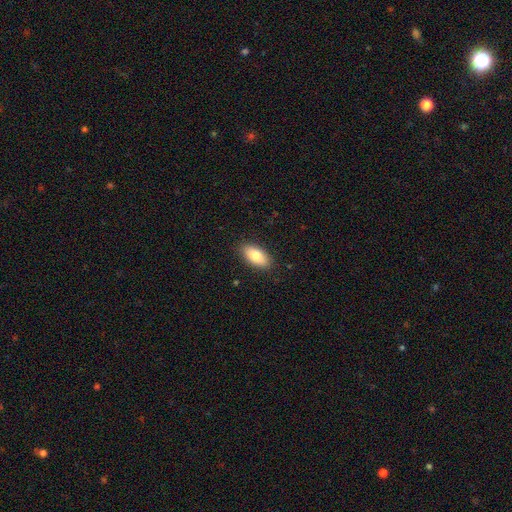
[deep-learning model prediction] This is clearly a smooth galaxy (81%). How rounded: clearly in between (91%). Merging: clearly none (88%).